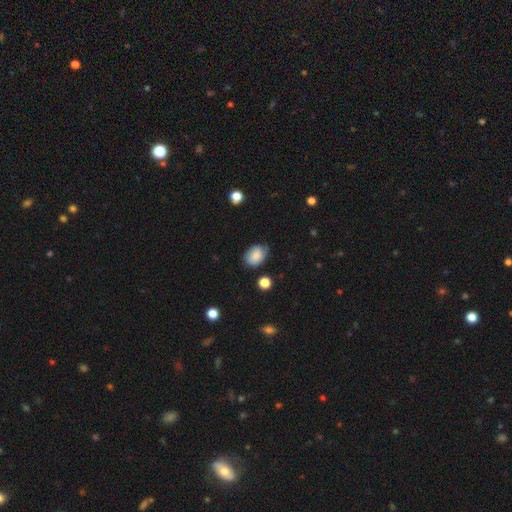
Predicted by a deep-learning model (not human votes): Morphology: type=smooth (79%); roundness=in between (77%); merging=none (64%).